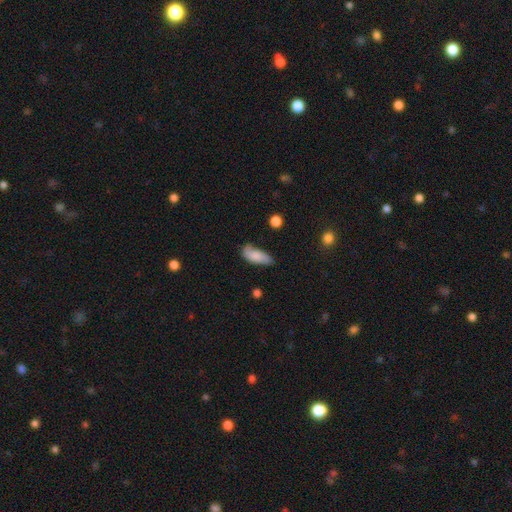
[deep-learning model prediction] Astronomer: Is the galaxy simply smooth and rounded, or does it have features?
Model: smooth — 77%.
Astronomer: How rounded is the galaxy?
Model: in between — 82%.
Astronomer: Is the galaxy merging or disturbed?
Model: none — 53% (runner-up: minor disturbance, 34%).